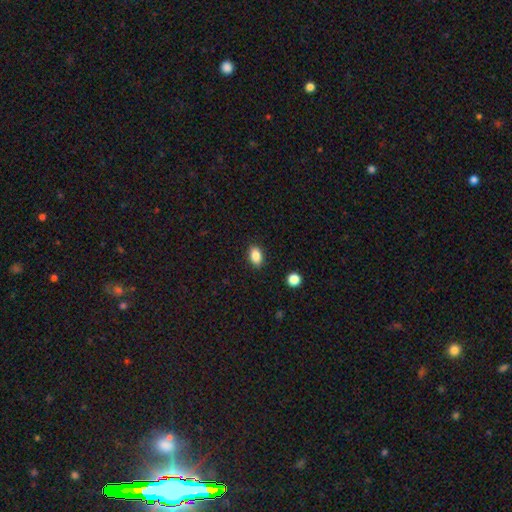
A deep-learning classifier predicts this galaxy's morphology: smooth_or_featured: smooth (p=0.87) [alt: star or artifact p=0.09]
how_rounded: in between (p=0.87) [alt: round p=0.11]
merging: none (p=0.89) [alt: minor disturbance p=0.08]